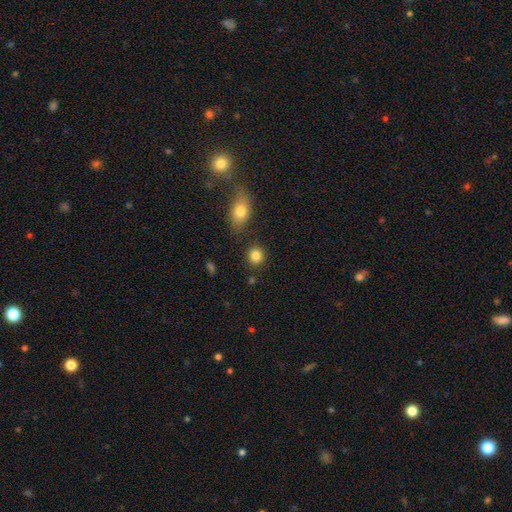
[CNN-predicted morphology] A smooth galaxy with no disk features (85%) that is round (84%).

Vote fractions:
- Smooth or featured? smooth: 85% / star or artifact: 10% / featured or disk: 5%
- How rounded? round: 84% / in between: 14% / cigar-shaped: 1%
- Merging? none: 84% / minor disturbance: 8% / merger: 5% / major disturbance: 3%